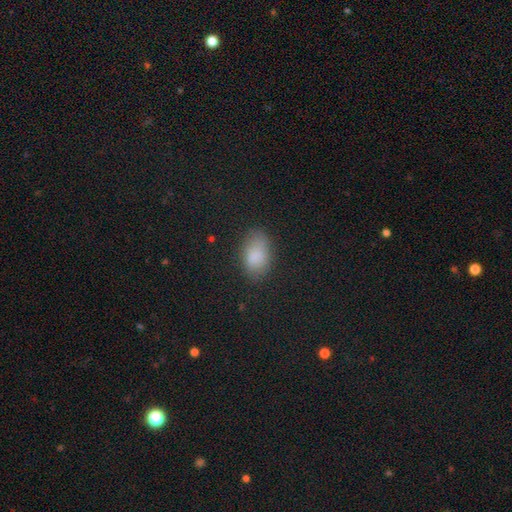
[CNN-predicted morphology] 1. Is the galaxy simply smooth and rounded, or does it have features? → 85% smooth, 9% star or artifact, 6% featured or disk.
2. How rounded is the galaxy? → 91% in between, 8% round, 2% cigar-shaped.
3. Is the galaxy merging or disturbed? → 76% none, 17% minor disturbance, 5% major disturbance, 1% merger.